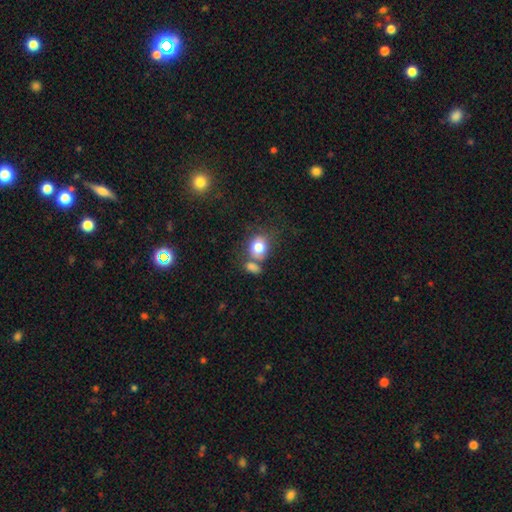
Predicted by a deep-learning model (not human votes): The model was most divided on "merging": none: 54%, merger: 29%, minor disturbance: 12%, major disturbance: 5%. More confident: smooth or featured — smooth (74%); how rounded — round (69%).